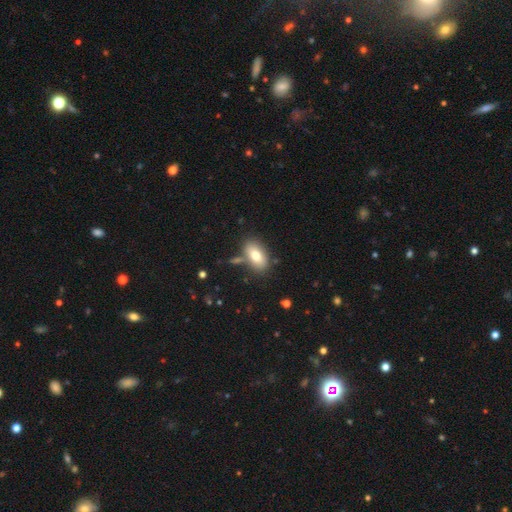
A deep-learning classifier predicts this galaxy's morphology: type=smooth (76%); roundness=in between (91%); merging=none (76%).